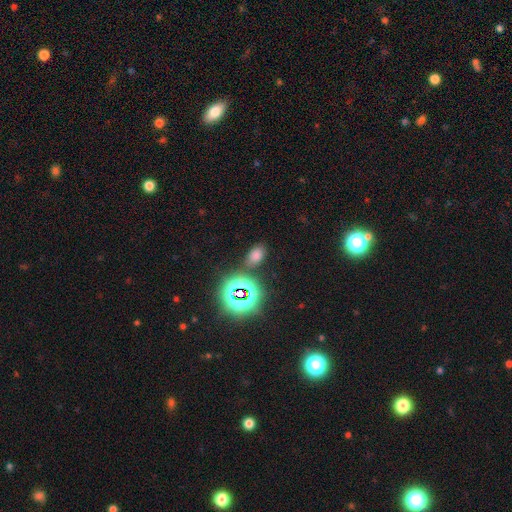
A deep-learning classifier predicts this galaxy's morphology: Smooth or featured? Predicted: smooth (p=0.62). How rounded? Predicted: in between (p=0.85). Merging? Predicted: none (p=0.79).